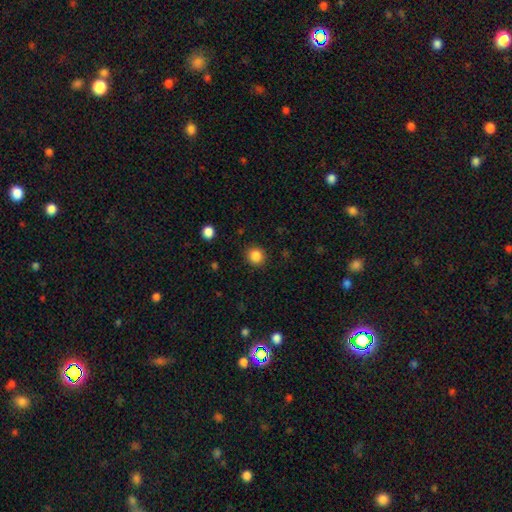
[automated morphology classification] The model was most divided on "smooth or featured": smooth: 86%, star or artifact: 11%, featured or disk: 3%. More confident: how rounded — round (92%); merging — none (90%).